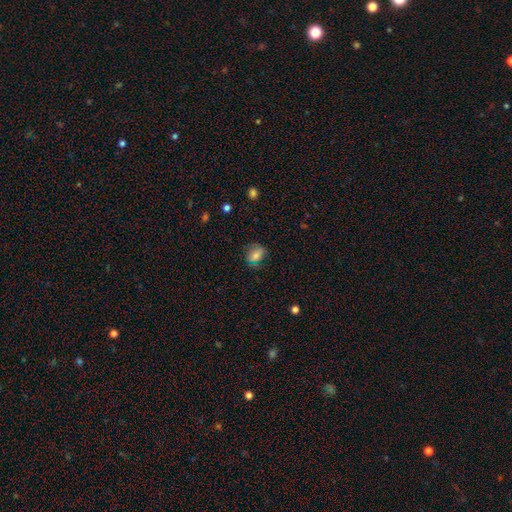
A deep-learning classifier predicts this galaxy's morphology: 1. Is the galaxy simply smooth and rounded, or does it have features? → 71% smooth, 19% featured or disk, 10% star or artifact.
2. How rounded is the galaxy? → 60% in between, 38% round, 2% cigar-shaped.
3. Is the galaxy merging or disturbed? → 73% none, 19% minor disturbance, 7% major disturbance, 1% merger.